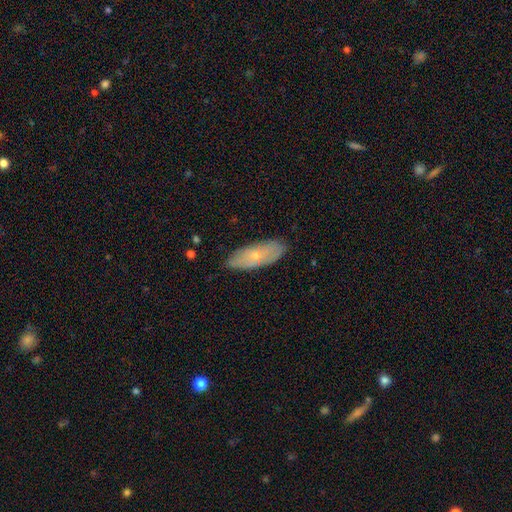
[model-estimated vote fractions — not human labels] Q: Smooth or featured?
A: smooth (55%); runner-up: featured or disk (39%)
Q: How rounded?
A: in between (75%); runner-up: cigar-shaped (23%)
Q: Merging?
A: none (80%); runner-up: minor disturbance (17%)